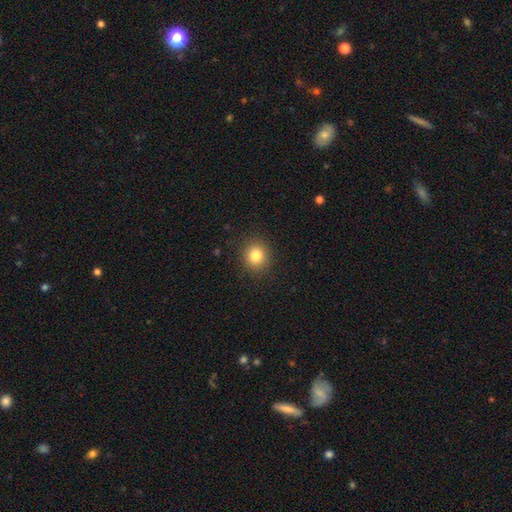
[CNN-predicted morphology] Smooth or featured? Predicted: smooth (p=0.83). How rounded? Predicted: round (p=0.87). Merging? Predicted: none (p=0.90).